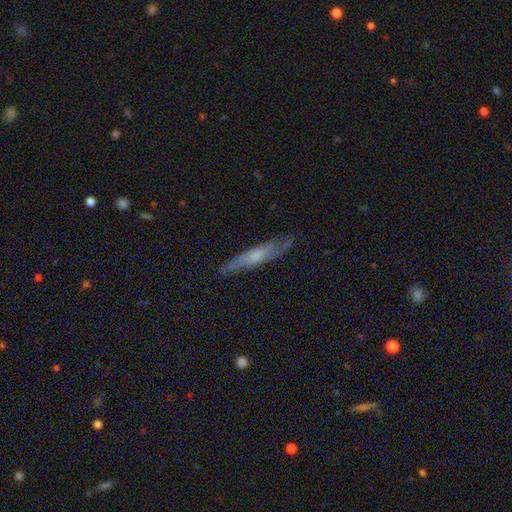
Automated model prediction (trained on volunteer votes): The model was most divided on "smooth or featured": featured or disk: 57%, smooth: 36%, star or artifact: 7%. More confident: merging — none (79%); edge-on disk — yes (77%).